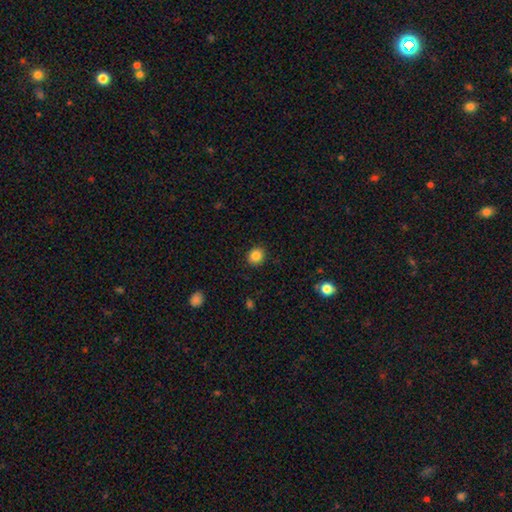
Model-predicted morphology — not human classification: Smooth or featured?
  - smooth: 85% *
  - star or artifact: 10%
  - featured or disk: 4%
How rounded?
  - round: 79% *
  - in between: 20%
  - cigar-shaped: 1%
Merging?
  - none: 90% *
  - minor disturbance: 7%
  - major disturbance: 2%
  - merger: 1%